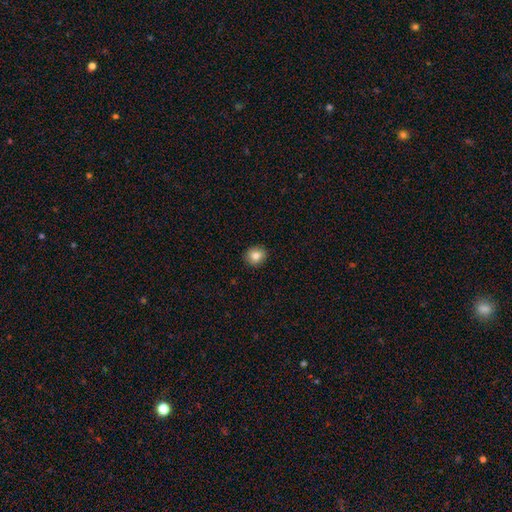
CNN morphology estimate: The model was most divided on "how rounded": round: 76%, in between: 23%, cigar-shaped: 1%. More confident: merging — none (90%); smooth or featured — smooth (85%).